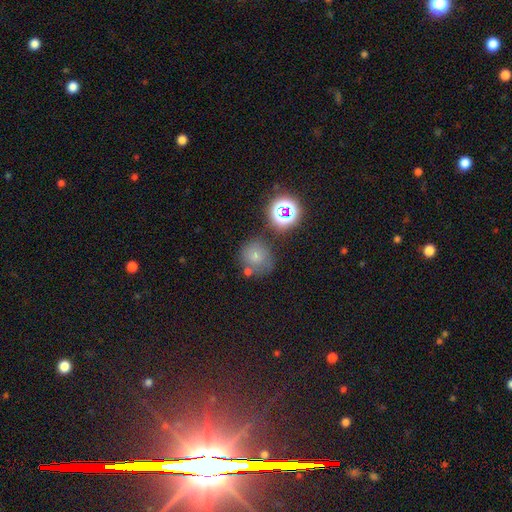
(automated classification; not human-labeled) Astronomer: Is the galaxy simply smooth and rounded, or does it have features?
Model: smooth — 68%.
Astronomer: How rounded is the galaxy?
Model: round — 87%.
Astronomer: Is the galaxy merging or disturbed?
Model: none — 62%.